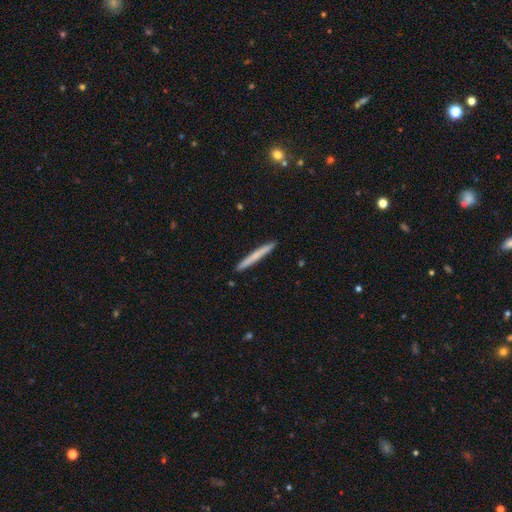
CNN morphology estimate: smooth 63%, featured or disk 31%, star or artifact 6%. Down the decision tree: how rounded — cigar-shaped (97%); merging — none (92%).